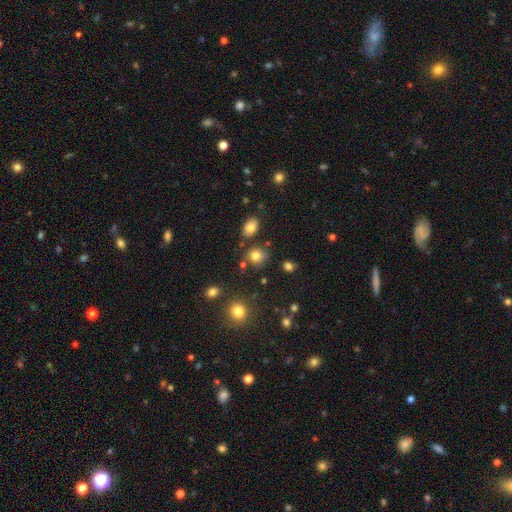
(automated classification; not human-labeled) smooth_or_featured: smooth (p=0.80) [alt: star or artifact p=0.13]
how_rounded: round (p=0.71) [alt: in between p=0.28]
merging: none (p=0.75) [alt: minor disturbance p=0.14]